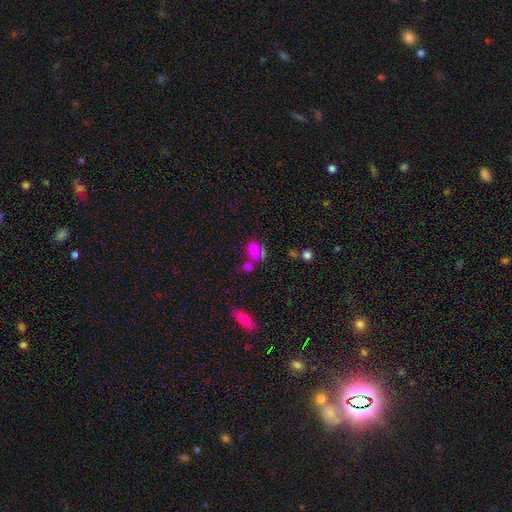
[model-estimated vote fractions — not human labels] Smooth or featured?
  - smooth: 67% *
  - featured or disk: 17%
  - star or artifact: 15%
How rounded?
  - in between: 76% *
  - round: 20%
  - cigar-shaped: 4%
Merging?
  - merger: 39% *
  - none: 31%
  - minor disturbance: 16%
  - major disturbance: 14%